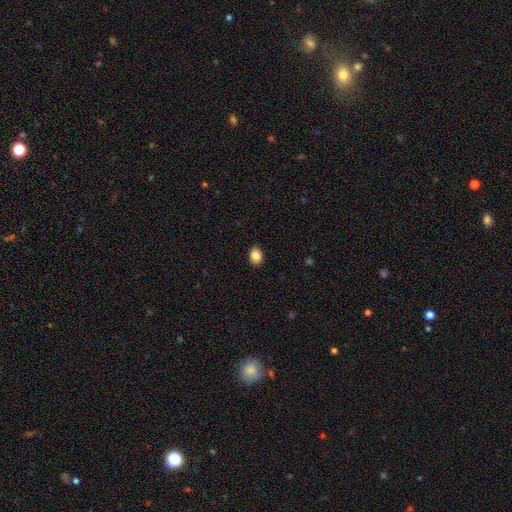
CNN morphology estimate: type=smooth (86%); roundness=in between (68%); merging=none (90%).